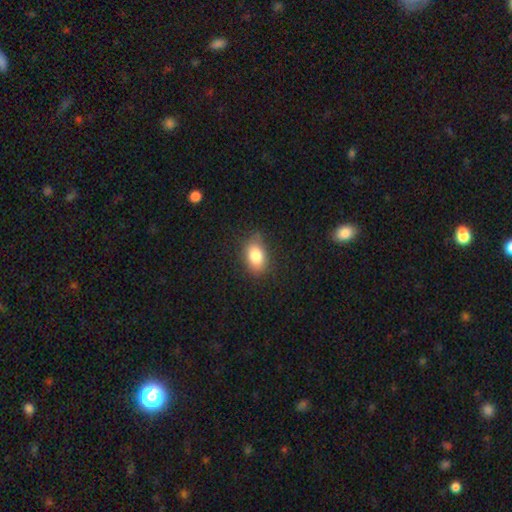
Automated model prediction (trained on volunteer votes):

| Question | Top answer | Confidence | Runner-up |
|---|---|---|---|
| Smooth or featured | smooth | 83% | featured or disk (9%) |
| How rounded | in between | 83% | round (15%) |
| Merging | none | 76% | minor disturbance (18%) |